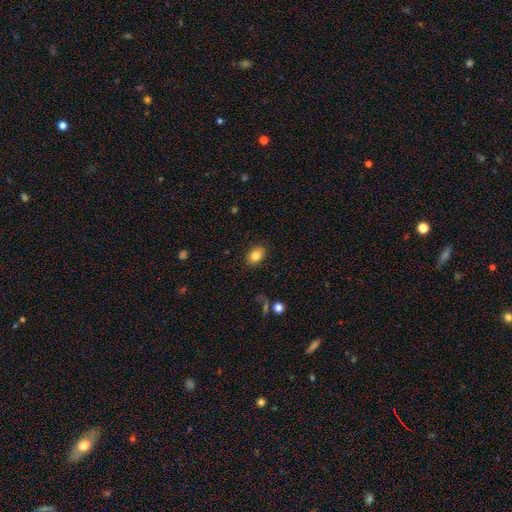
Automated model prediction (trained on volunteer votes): This appears to be a smooth galaxy with no disk features (82%) that is in between round and cigar-shaped (78%). Merging: none (87%).